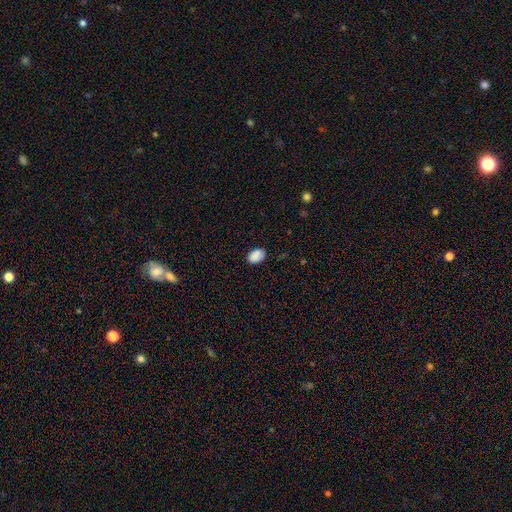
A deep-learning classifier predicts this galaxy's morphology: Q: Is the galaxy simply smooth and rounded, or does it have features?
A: smooth — 88%.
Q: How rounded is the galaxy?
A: in between — 84%.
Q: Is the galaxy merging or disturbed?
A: none — 82%.